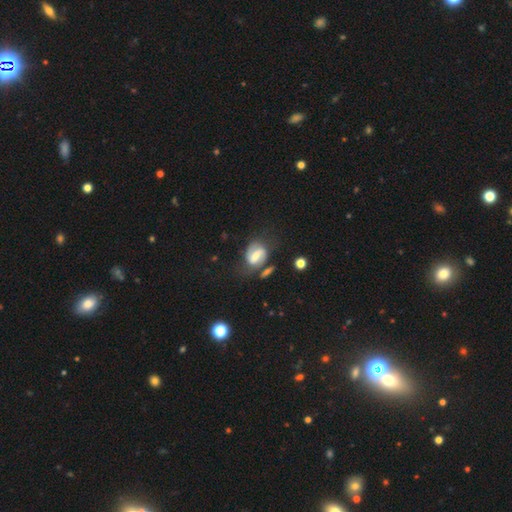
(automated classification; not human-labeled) A featured or disk galaxy (65%) with a strong bar (46%), 2 (82%) medium (45%) spiral arms (82%) and a moderate central bulge (51%).

Vote fractions:
- Smooth or featured? featured or disk: 65% / smooth: 27% / star or artifact: 8%
- Edge-on disk? no: 95% / yes: 5%
- Bar? strong: 46% / weak: 38% / no: 15%
- Spiral arms? yes: 82% / no: 18%
- Spiral winding? medium: 45% / loose: 29% / tight: 26%
- Spiral arm count? 2: 82% / can't tell: 10% / 1: 6% / 3: 1% / 4: 1% / more than 4: 1%
- Bulge size? moderate: 51% / small: 29% / large: 12% / none: 6% / dominant: 2%
- Merging? none: 55% / minor disturbance: 21% / major disturbance: 14% / merger: 9%